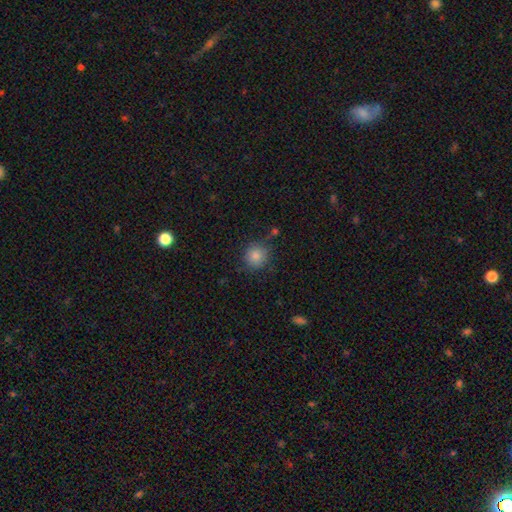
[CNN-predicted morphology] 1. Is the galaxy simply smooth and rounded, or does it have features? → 83% smooth, 12% star or artifact, 6% featured or disk.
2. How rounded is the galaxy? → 90% round, 9% in between, 1% cigar-shaped.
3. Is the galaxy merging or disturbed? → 83% none, 11% minor disturbance, 3% merger, 3% major disturbance.